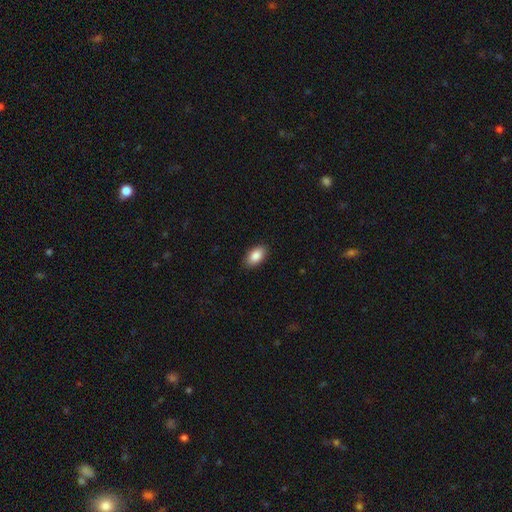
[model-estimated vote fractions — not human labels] A smooth galaxy with no disk features (87%) that is in between round and cigar-shaped (94%). Merging: none (89%).